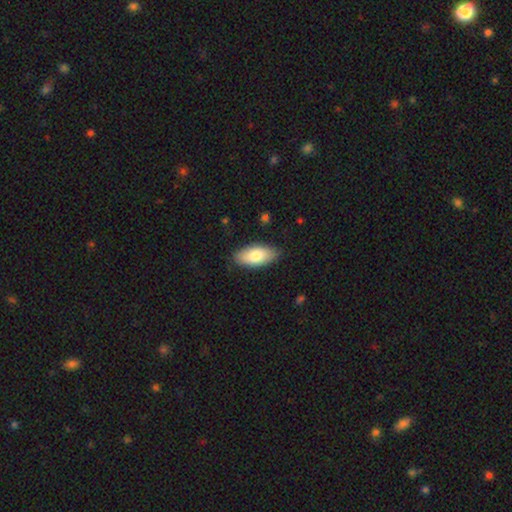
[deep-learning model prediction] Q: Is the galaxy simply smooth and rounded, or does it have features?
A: smooth — 79%.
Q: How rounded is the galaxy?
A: in between — 89%.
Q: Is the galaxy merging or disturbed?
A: none — 85%.